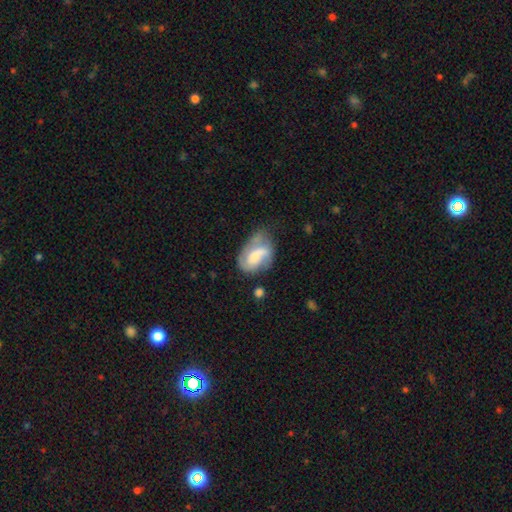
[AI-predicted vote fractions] Smooth or featured?
  - featured or disk: 60% *
  - smooth: 33%
  - star or artifact: 7%
Edge-on disk?
  - no: 97% *
  - yes: 3%
Bar?
  - no: 46% *
  - weak: 40%
  - strong: 14%
Spiral arms?
  - yes: 80% *
  - no: 20%
Bulge size?
  - moderate: 41% *
  - small: 29%
  - large: 14%
  - none: 13%
  - dominant: 2%
Merging?
  - none: 39% *
  - minor disturbance: 31%
  - major disturbance: 23%
  - merger: 7%